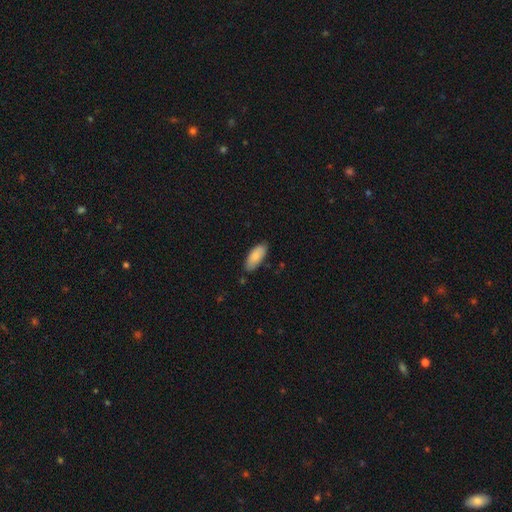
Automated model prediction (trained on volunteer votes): Overall: smooth (86%). How rounded: in between (85%). Merging: none (81%).